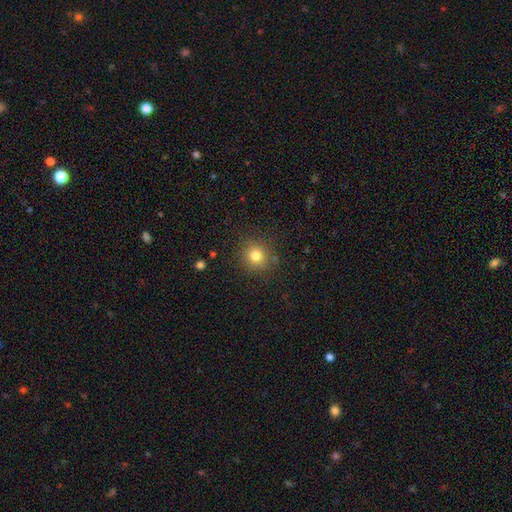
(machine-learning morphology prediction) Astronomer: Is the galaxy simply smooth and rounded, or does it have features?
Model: smooth — 79%.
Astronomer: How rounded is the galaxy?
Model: round — 90%.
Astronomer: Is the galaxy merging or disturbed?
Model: none — 87%.